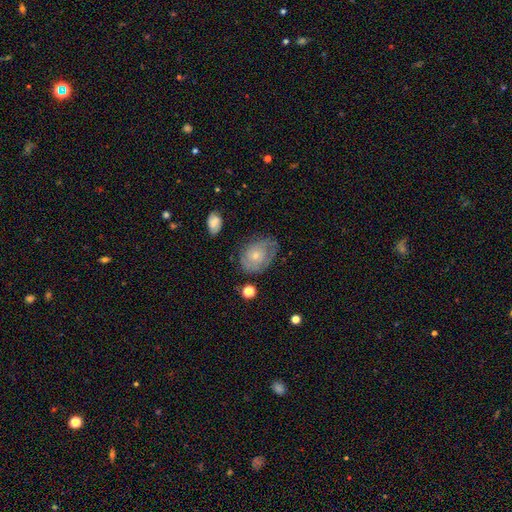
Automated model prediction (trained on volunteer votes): Morphology: type=featured or disk (61%); edge-on=no (97%); bar=no (82%); spiral arms=yes (80%); bulge=small (67%); merging=none (64%).